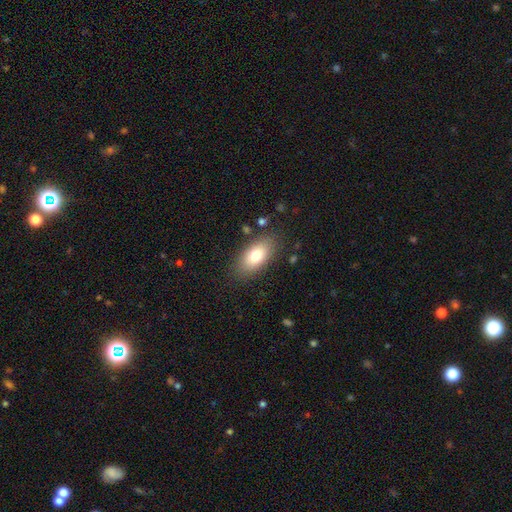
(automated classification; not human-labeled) smooth 77%, featured or disk 16%, star or artifact 8%. Down the decision tree: how rounded — in between (89%); merging — none (83%).